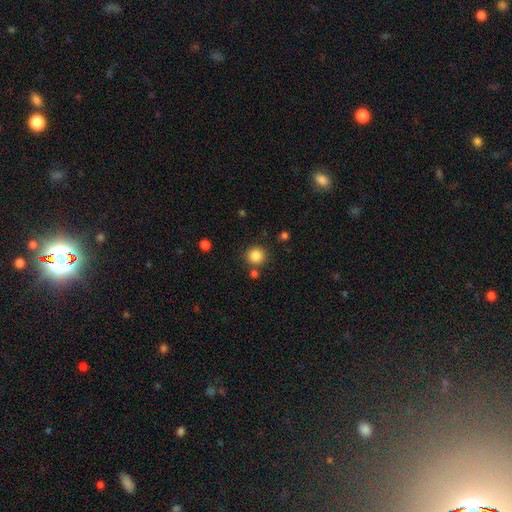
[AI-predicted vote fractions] A smooth galaxy with no disk features (85%) that is round (92%).

Vote fractions:
- Smooth or featured? smooth: 85% / star or artifact: 11% / featured or disk: 4%
- How rounded? round: 92% / in between: 7% / cigar-shaped: 1%
- Merging? none: 83% / minor disturbance: 7% / merger: 6% / major disturbance: 3%